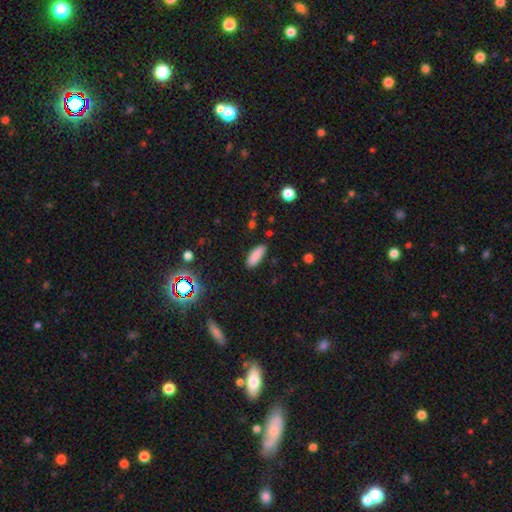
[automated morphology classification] smooth-or-featured: smooth: 86% | star or artifact: 9% | featured or disk: 5%
  how-rounded: in between: 71% | cigar-shaped: 28% | round: 2%
  merging: none: 84% | minor disturbance: 12% | major disturbance: 2% | merger: 2%